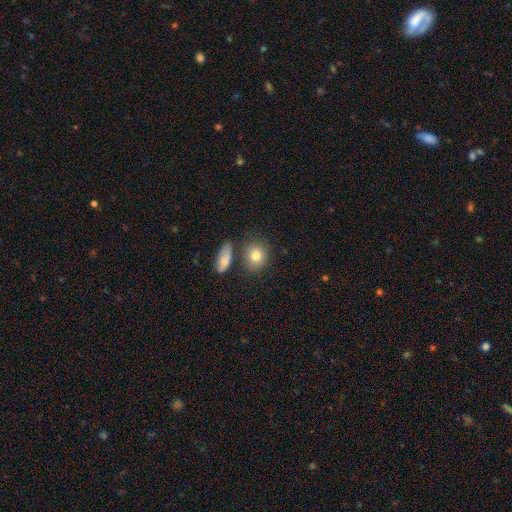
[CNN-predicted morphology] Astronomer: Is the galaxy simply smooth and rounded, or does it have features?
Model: smooth — 81%.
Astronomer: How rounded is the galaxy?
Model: round — 66%.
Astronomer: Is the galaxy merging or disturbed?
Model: none — 68%.